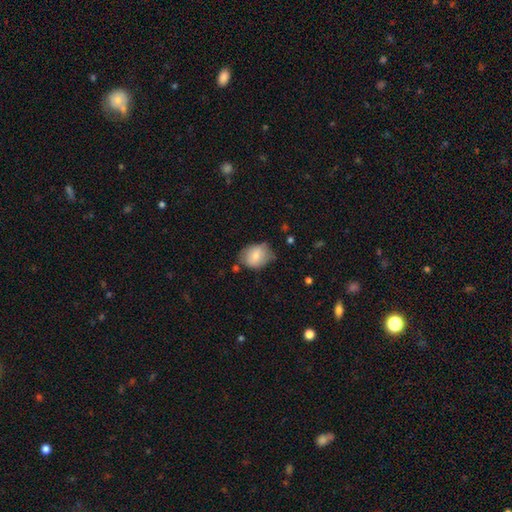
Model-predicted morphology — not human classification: The model was most divided on "how rounded": in between: 59%, round: 40%, cigar-shaped: 1%. More confident: smooth or featured — smooth (73%); merging — none (61%).